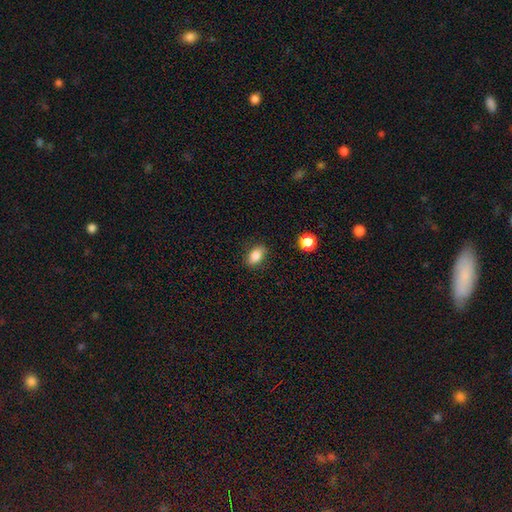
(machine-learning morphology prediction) Smooth or featured: smooth — 82% (star or artifact — 9%)
How rounded: in between — 85% (round — 11%)
Merging: none — 85% (minor disturbance — 11%)